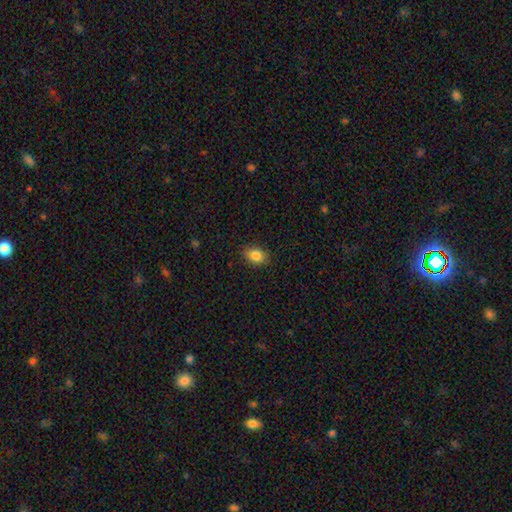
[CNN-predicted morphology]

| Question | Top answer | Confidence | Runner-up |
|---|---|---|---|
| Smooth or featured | smooth | 85% | star or artifact (8%) |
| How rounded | in between | 77% | round (22%) |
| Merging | none | 87% | minor disturbance (9%) |